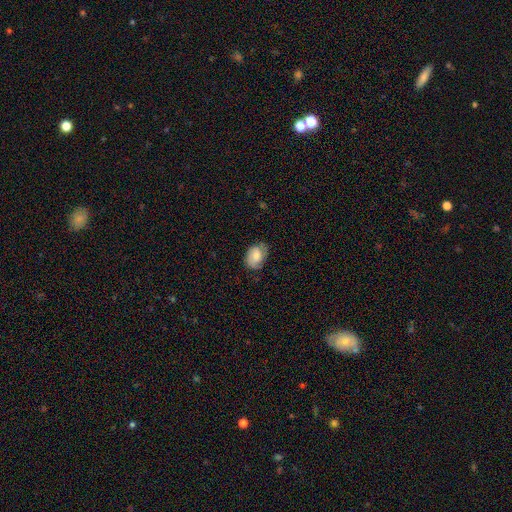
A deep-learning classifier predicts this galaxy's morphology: Smooth or featured? Predicted: smooth (p=0.50). Merging? Predicted: none (p=0.68).